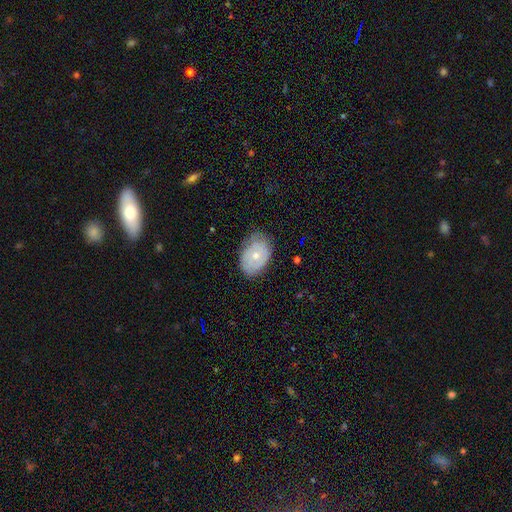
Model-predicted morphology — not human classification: This is possibly a featured or disk galaxy (53%). It is clearly not viewed edge-on (94%). Merging: likely none (64%).